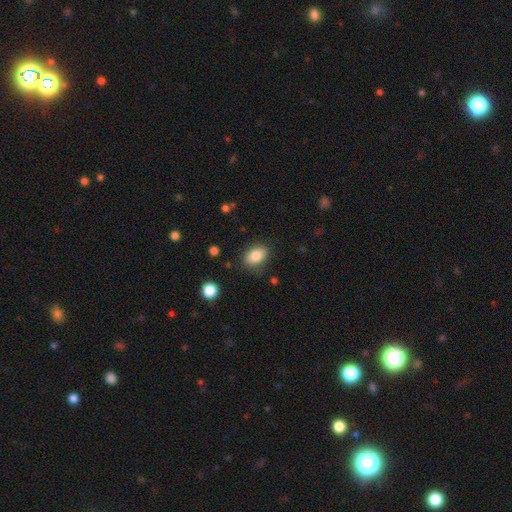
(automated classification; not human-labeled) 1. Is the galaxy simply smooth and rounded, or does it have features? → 84% smooth, 8% star or artifact, 8% featured or disk.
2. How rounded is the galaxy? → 83% in between, 16% round, 2% cigar-shaped.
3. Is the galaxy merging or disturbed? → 82% none, 13% minor disturbance, 3% major disturbance, 2% merger.